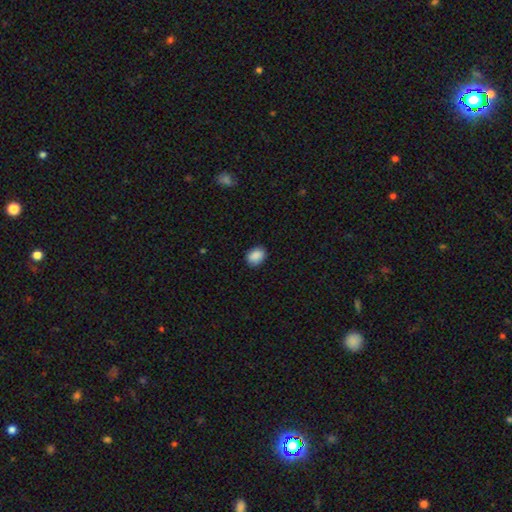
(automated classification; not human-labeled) smooth_or_featured: smooth (p=0.89) [alt: star or artifact p=0.08]
how_rounded: in between (p=0.71) [alt: round p=0.28]
merging: none (p=0.87) [alt: minor disturbance p=0.10]